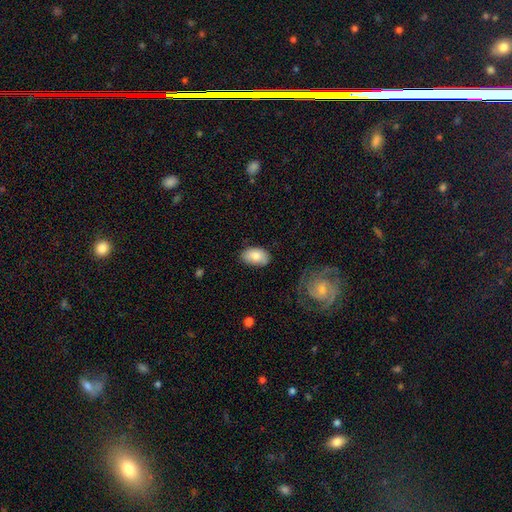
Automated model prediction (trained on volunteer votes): smooth 83%, featured or disk 11%, star or artifact 7%. Down the decision tree: how rounded — in between (92%); merging — none (76%).